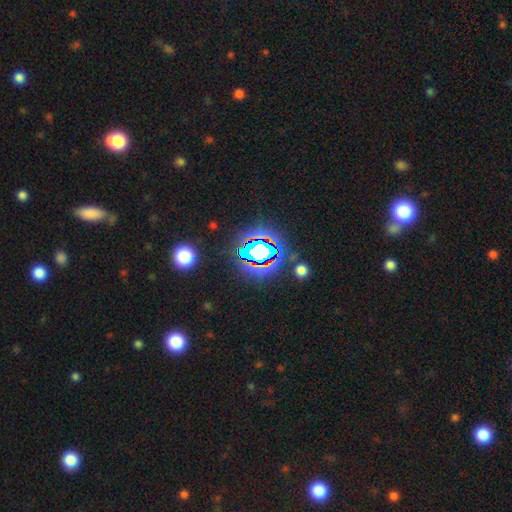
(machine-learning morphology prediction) smooth-or-featured: star or artifact: 80% | smooth: 13% | featured or disk: 7%